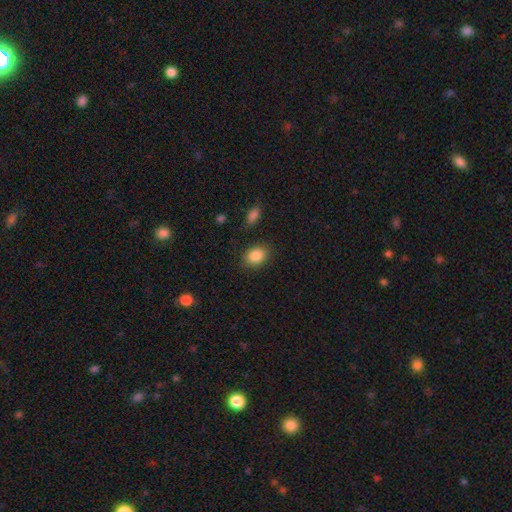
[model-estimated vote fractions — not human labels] A smooth galaxy with no disk features (87%) that is in between round and cigar-shaped (73%).

Vote fractions:
- Smooth or featured? smooth: 87% / star or artifact: 8% / featured or disk: 5%
- How rounded? in between: 73% / round: 26% / cigar-shaped: 1%
- Merging? none: 85% / minor disturbance: 10% / major disturbance: 3% / merger: 2%